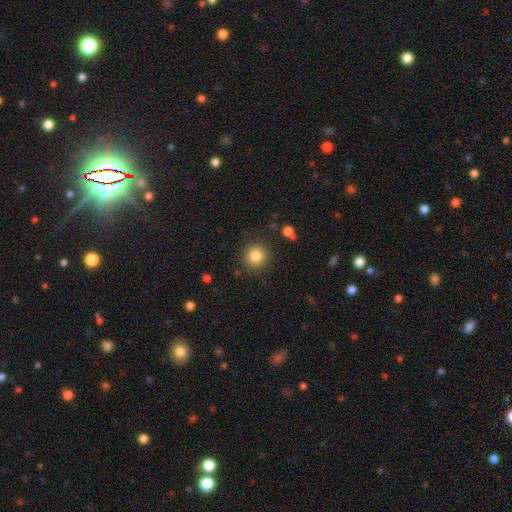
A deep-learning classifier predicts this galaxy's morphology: This appears to be a smooth galaxy with no disk features (84%) that is round (93%). Merging: none (89%).